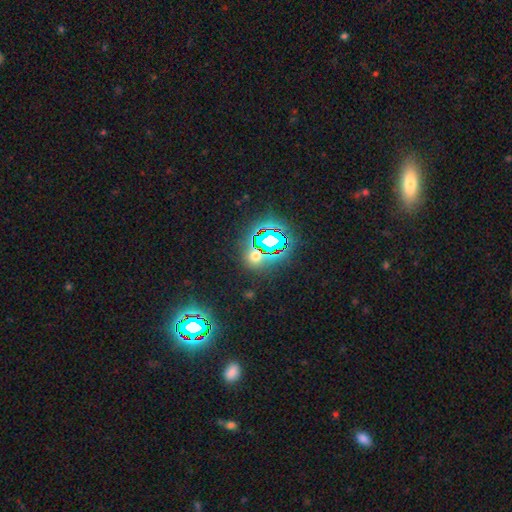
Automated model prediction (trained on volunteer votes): Overall: star or artifact (59%; smooth 33%).